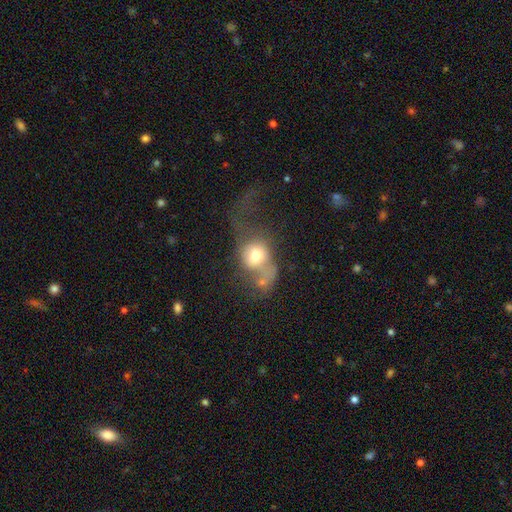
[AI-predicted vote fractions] The model was most divided on "how rounded": round: 59%, in between: 40%, cigar-shaped: 2%. Remaining: smooth or featured — smooth (61%); merging — major disturbance (49%).